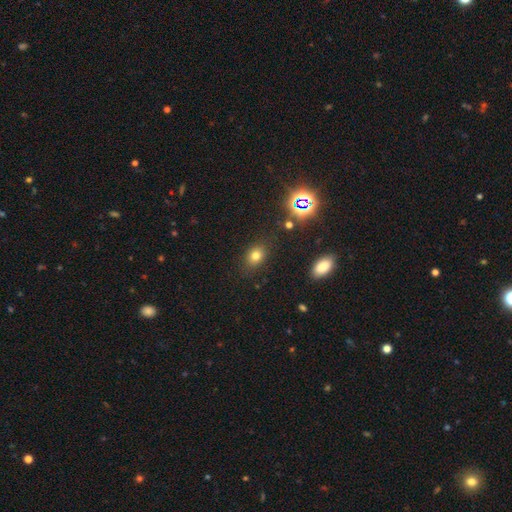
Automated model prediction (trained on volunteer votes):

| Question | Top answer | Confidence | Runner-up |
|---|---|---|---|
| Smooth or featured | smooth | 73% | star or artifact (18%) |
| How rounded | in between | 60% | round (39%) |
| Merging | none | 84% | minor disturbance (10%) |